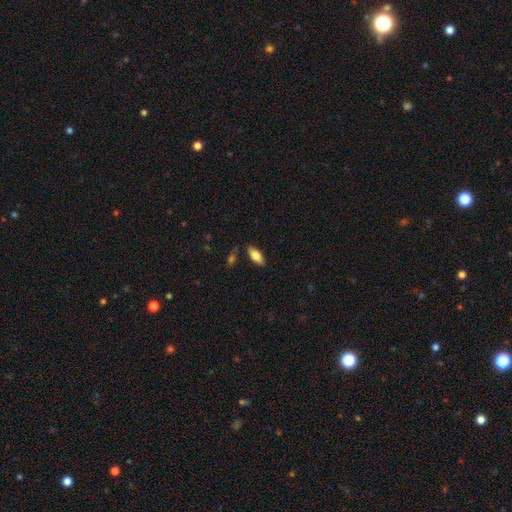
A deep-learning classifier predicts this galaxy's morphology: Smooth or featured? smooth (75%)
How rounded? in between (81%)
Merging? none (83%)